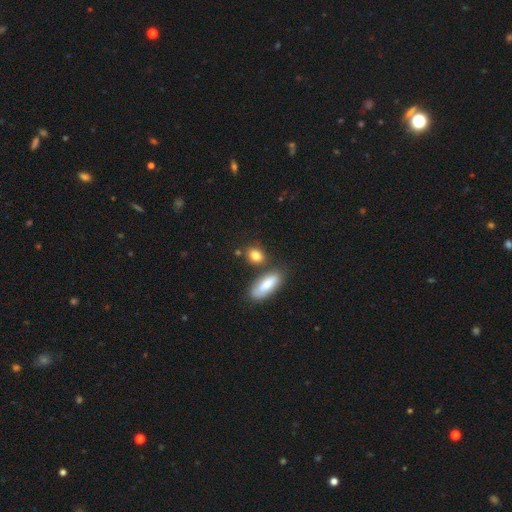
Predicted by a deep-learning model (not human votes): The model was most divided on "how rounded": in between: 69%, round: 23%, cigar-shaped: 8%. More confident: smooth or featured — smooth (83%); merging — none (69%).